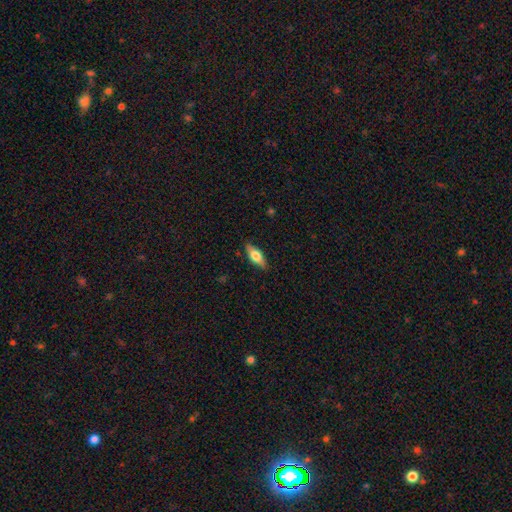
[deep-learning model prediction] Smooth or featured: smooth — 63% (featured or disk — 31%)
How rounded: in between — 69% (cigar-shaped — 28%)
Merging: none — 86% (minor disturbance — 11%)